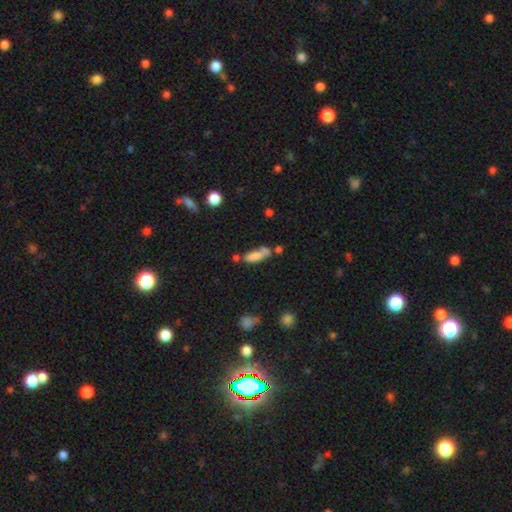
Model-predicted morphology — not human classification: smooth_or_featured: smooth (p=0.73) [alt: featured or disk p=0.17]
how_rounded: in between (p=0.61) [alt: cigar-shaped p=0.36]
merging: none (p=0.36) [alt: merger p=0.34]